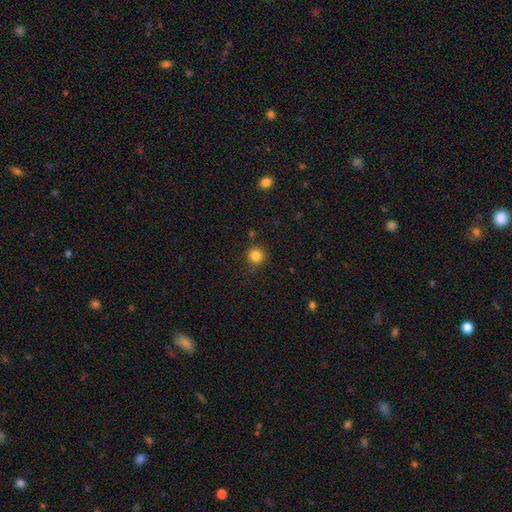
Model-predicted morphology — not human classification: Smooth or featured? smooth (84%)
How rounded? round (93%)
Merging? none (85%)